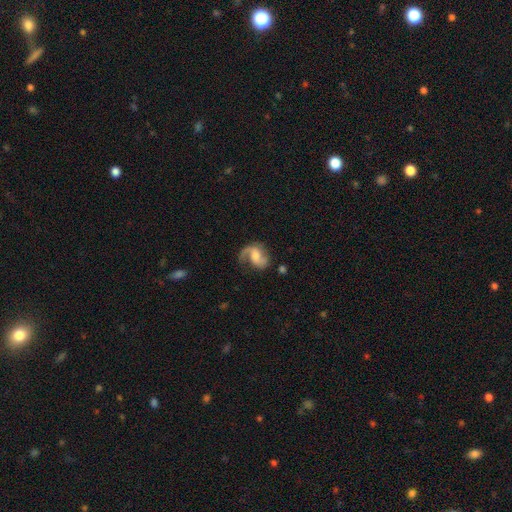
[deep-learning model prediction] Q: Smooth or featured?
A: featured or disk (78%); runner-up: smooth (15%)
Q: Edge-on disk?
A: no (98%); runner-up: yes (2%)
Q: Bar?
A: no (46%); runner-up: weak (43%)
Q: Spiral arms?
A: yes (95%); runner-up: no (5%)
Q: Spiral winding?
A: loose (47%); runner-up: medium (42%)
Q: Spiral arm count?
A: 2 (70%); runner-up: 1 (23%)
Q: Bulge size?
A: moderate (45%); runner-up: small (25%)
Q: Merging?
A: none (57%); runner-up: minor disturbance (22%)